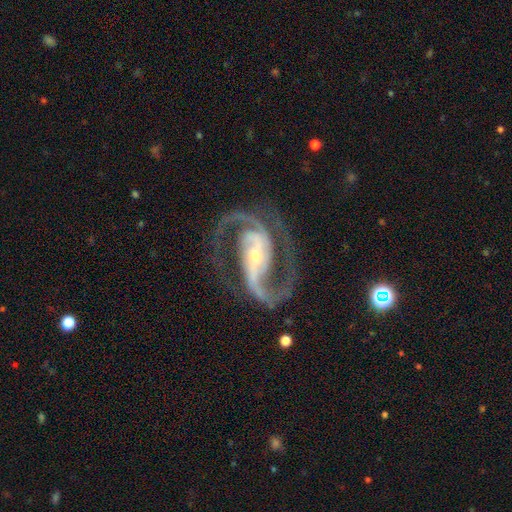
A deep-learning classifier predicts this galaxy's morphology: Smooth or featured? Predicted: featured or disk (p=0.94). Edge-on disk? Predicted: no (p=0.98). Bar? Predicted: strong (p=0.50). Spiral arms? Predicted: yes (p=0.98). Spiral winding? Predicted: medium (p=0.65). Spiral arm count? Predicted: 2 (p=0.92). Bulge size? Predicted: small (p=0.58). Merging? Predicted: none (p=0.78).